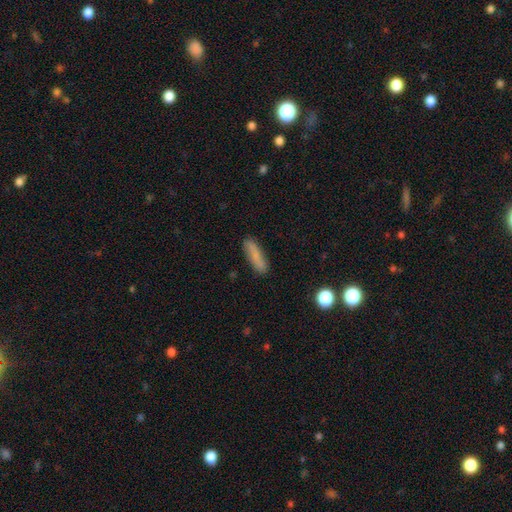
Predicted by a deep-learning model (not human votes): This appears to be a smooth galaxy with no disk features (75%) that is cigar-shaped (66%). Merging: none (85%).